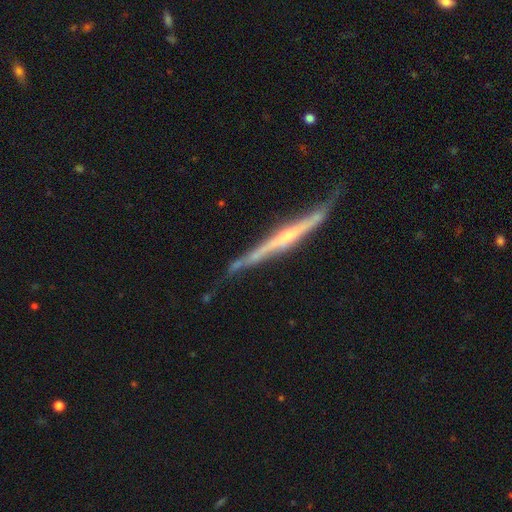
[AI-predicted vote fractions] The model was most divided on "edge-on bulge": rounded: 49%, none: 41%, boxy: 10%. More confident: edge-on disk — yes (94%); smooth or featured — featured or disk (81%); merging — none (60%).